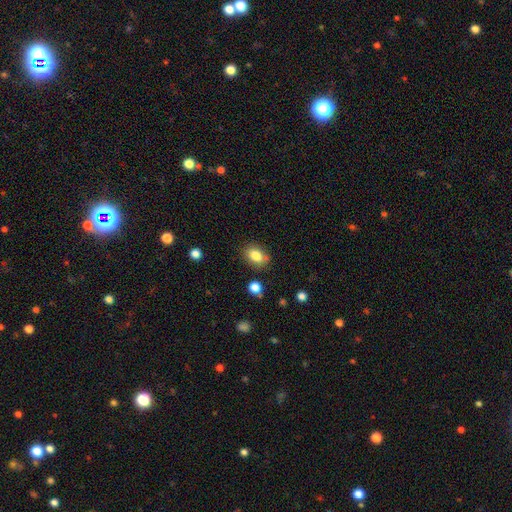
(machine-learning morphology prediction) smooth-or-featured: smooth: 83% | star or artifact: 9% | featured or disk: 8%
  how-rounded: in between: 76% | round: 22% | cigar-shaped: 1%
  merging: none: 78% | minor disturbance: 15% | merger: 4% | major disturbance: 3%